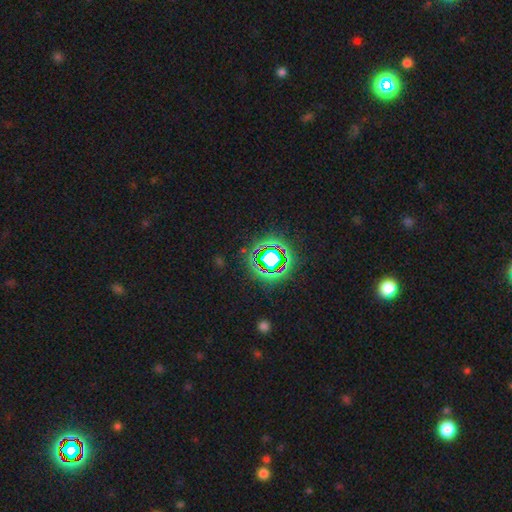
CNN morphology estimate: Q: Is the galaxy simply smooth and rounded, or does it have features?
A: star or artifact — 78%.